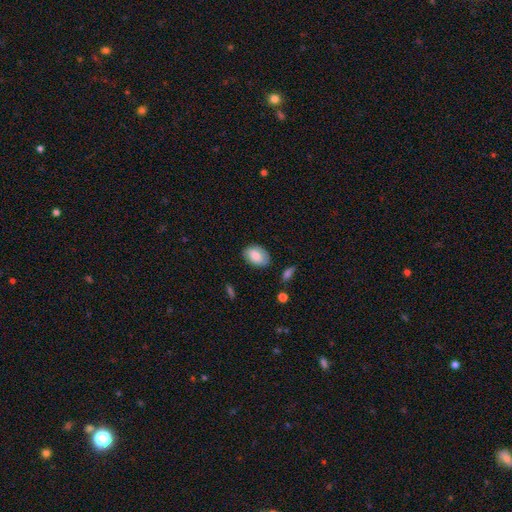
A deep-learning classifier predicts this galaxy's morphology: smooth 80%, featured or disk 13%, star or artifact 7%. Down the decision tree: how rounded — in between (85%); merging — none (78%).